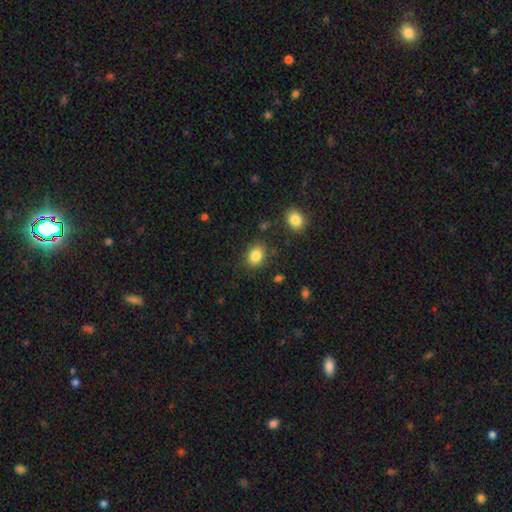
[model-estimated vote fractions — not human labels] Smooth or featured?
  - smooth: 85% *
  - star or artifact: 9%
  - featured or disk: 6%
How rounded?
  - in between: 64% *
  - round: 35%
  - cigar-shaped: 1%
Merging?
  - none: 82% *
  - minor disturbance: 11%
  - major disturbance: 4%
  - merger: 3%